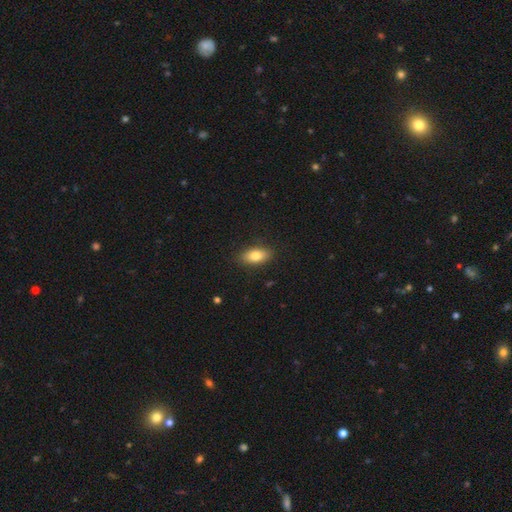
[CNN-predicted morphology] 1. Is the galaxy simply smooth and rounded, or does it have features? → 79% smooth, 13% featured or disk, 7% star or artifact.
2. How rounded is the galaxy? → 85% in between, 11% cigar-shaped, 4% round.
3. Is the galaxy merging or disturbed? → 87% none, 10% minor disturbance, 2% major disturbance, 1% merger.